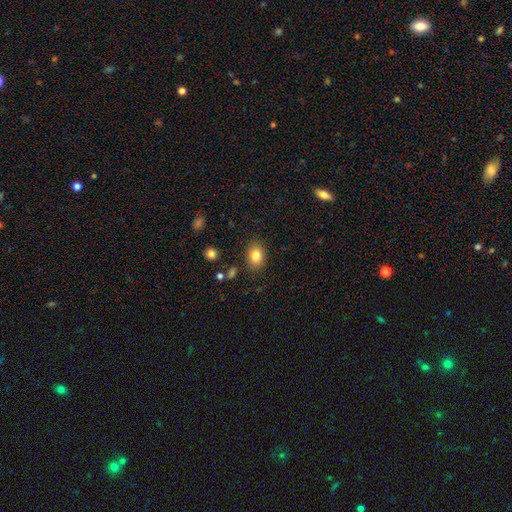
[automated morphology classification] Smooth or featured?
  - smooth: 83% *
  - star or artifact: 9%
  - featured or disk: 8%
How rounded?
  - in between: 67% *
  - round: 32%
  - cigar-shaped: 1%
Merging?
  - none: 84% *
  - minor disturbance: 11%
  - major disturbance: 3%
  - merger: 2%